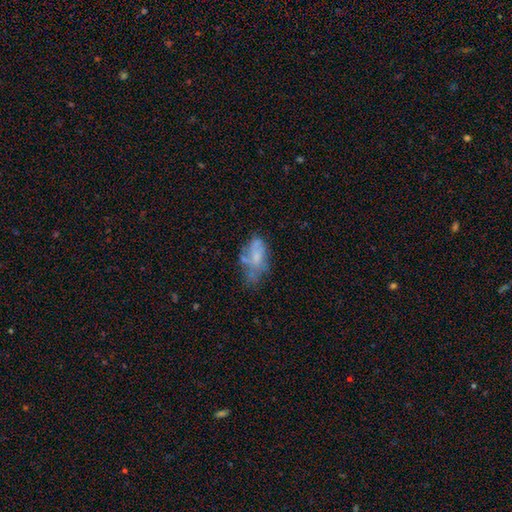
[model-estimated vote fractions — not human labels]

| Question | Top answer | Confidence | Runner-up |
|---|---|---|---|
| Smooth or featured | smooth | 45% | featured or disk (43%) |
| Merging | none | 33% | major disturbance (28%) |